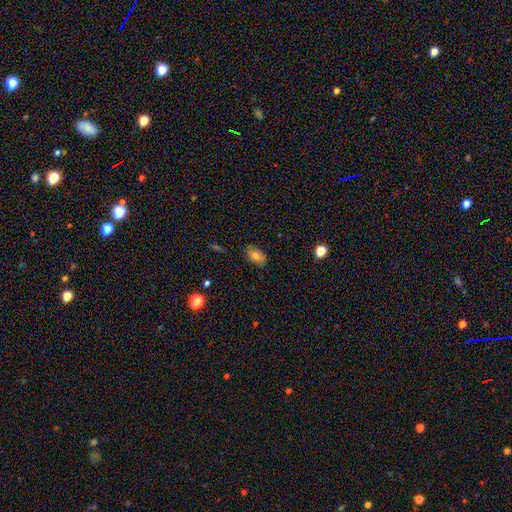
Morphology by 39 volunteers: Overall: smooth (72%). How rounded: in between (89%). Merging: none (95%).